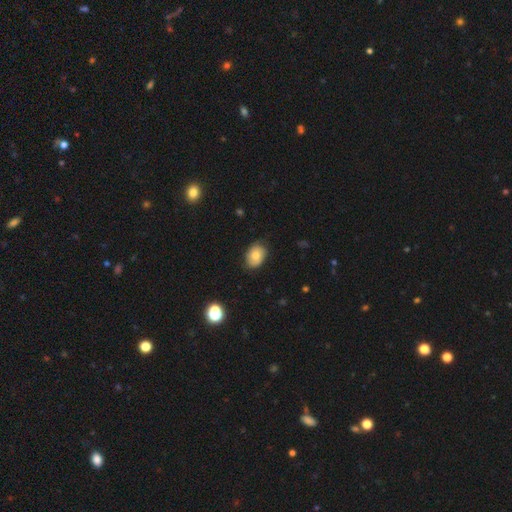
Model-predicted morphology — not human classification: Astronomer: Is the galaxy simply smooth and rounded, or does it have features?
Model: smooth — 73%.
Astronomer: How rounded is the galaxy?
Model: in between — 75%.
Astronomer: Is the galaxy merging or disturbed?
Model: none — 75%.